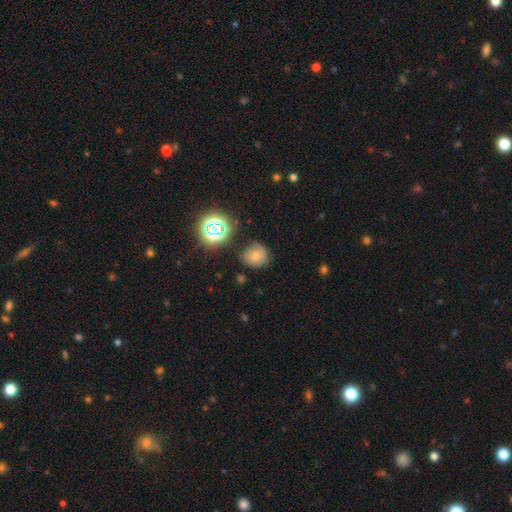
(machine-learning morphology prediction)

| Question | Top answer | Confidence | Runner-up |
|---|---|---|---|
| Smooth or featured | smooth | 65% | star or artifact (20%) |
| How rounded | round | 86% | in between (13%) |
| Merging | none | 70% | minor disturbance (21%) |